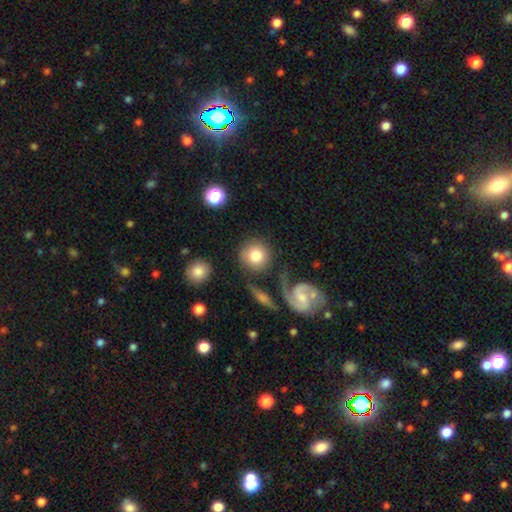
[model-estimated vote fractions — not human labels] This is likely a smooth galaxy (73%). How rounded: clearly round (92%). Merging: likely none (73%).